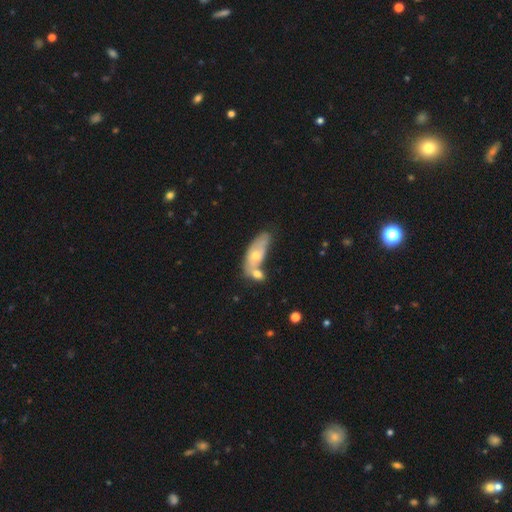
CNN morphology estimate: Q: Smooth or featured?
A: smooth (51%); runner-up: featured or disk (42%)
Q: How rounded?
A: in between (73%); runner-up: cigar-shaped (22%)
Q: Merging?
A: merger (46%); runner-up: none (30%)